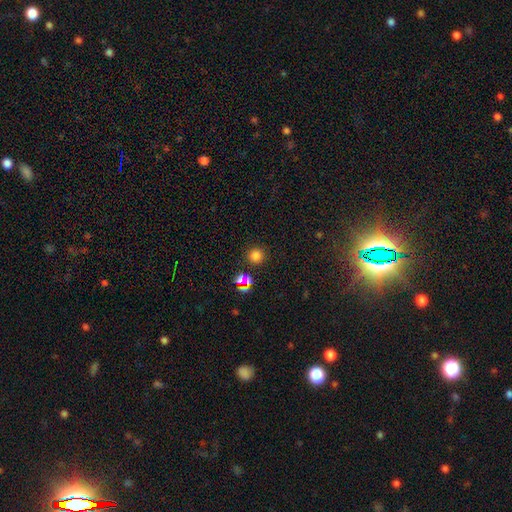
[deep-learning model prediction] A smooth galaxy with no disk features (76%) that is round (94%).

Vote fractions:
- Smooth or featured? smooth: 76% / star or artifact: 19% / featured or disk: 5%
- How rounded? round: 94% / in between: 5% / cigar-shaped: 1%
- Merging? none: 88% / minor disturbance: 6% / merger: 4% / major disturbance: 3%